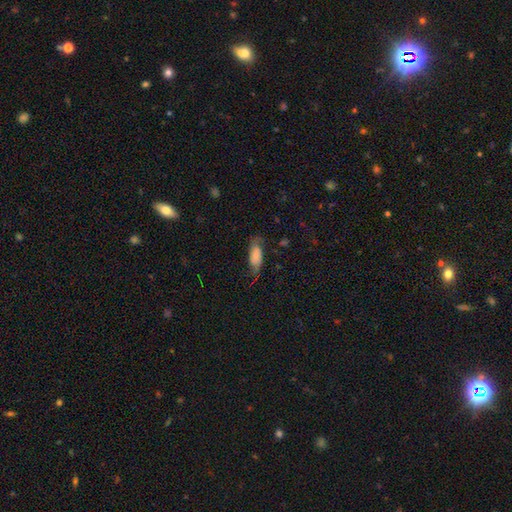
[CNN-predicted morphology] smooth 62%, featured or disk 30%, star or artifact 8%. Down the decision tree: how rounded — in between (84%); merging — none (59%).